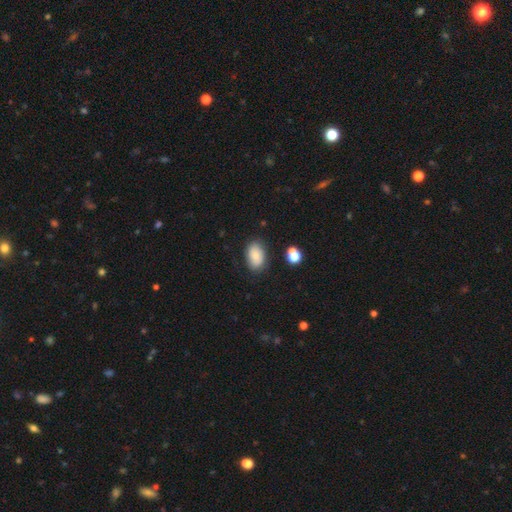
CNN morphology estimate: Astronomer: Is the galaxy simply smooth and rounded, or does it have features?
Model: smooth — 78%.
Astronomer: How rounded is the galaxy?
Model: in between — 89%.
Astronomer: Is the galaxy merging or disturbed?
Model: none — 78%.